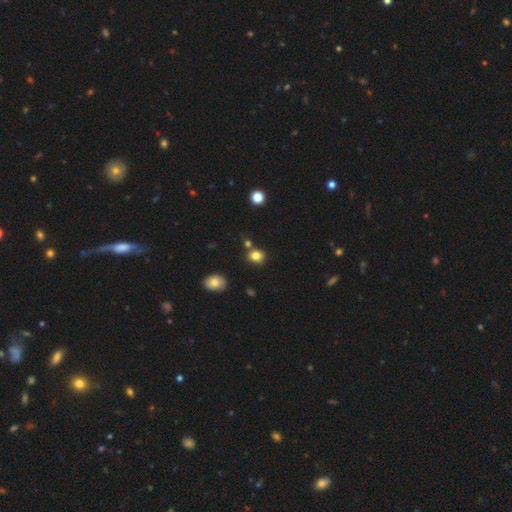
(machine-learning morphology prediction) Smooth or featured: smooth — 81% (star or artifact — 12%)
How rounded: round — 68% (in between — 31%)
Merging: none — 75% (merger — 11%)